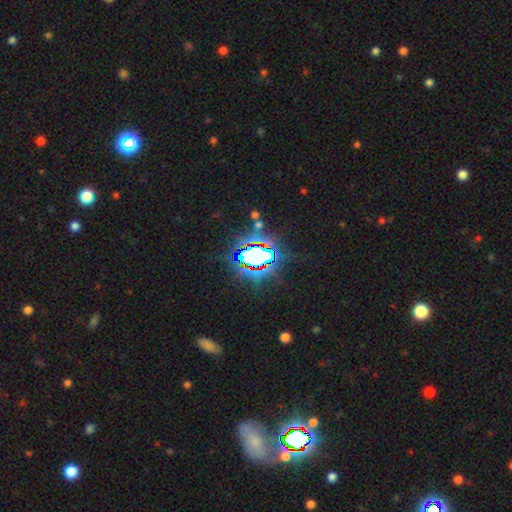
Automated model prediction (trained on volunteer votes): A star or artifact, not a galaxy (70%).